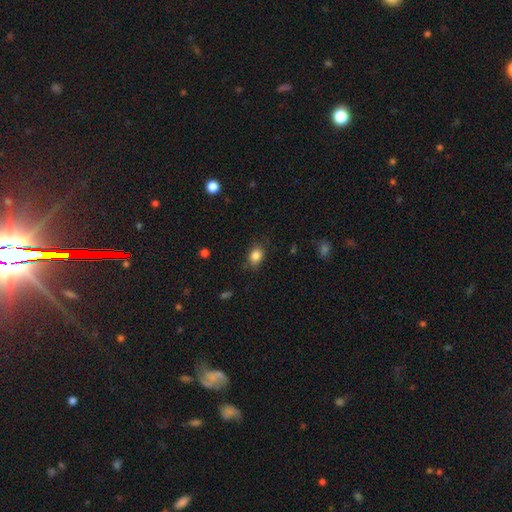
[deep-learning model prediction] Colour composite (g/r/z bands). It shows a smooth galaxy with no disk features (85%) that is in between round and cigar-shaped (59%). Merging: none (77%).